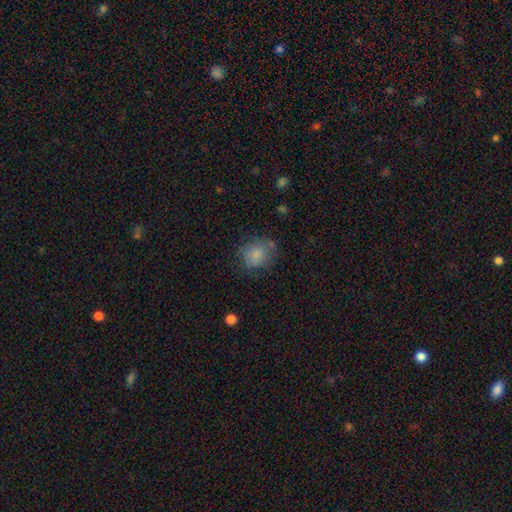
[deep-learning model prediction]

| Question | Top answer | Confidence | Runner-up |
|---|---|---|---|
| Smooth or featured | smooth | 79% | featured or disk (12%) |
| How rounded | round | 55% | in between (44%) |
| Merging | none | 60% | minor disturbance (25%) |